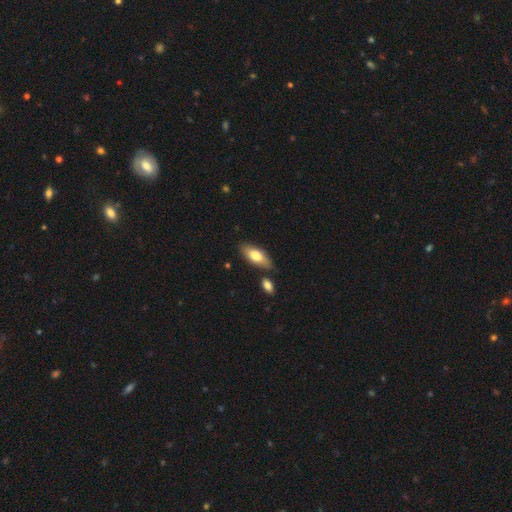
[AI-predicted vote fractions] Smooth or featured?
  - smooth: 73% *
  - featured or disk: 21%
  - star or artifact: 6%
How rounded?
  - in between: 83% *
  - cigar-shaped: 15%
  - round: 2%
Merging?
  - none: 76% *
  - minor disturbance: 13%
  - merger: 8%
  - major disturbance: 3%